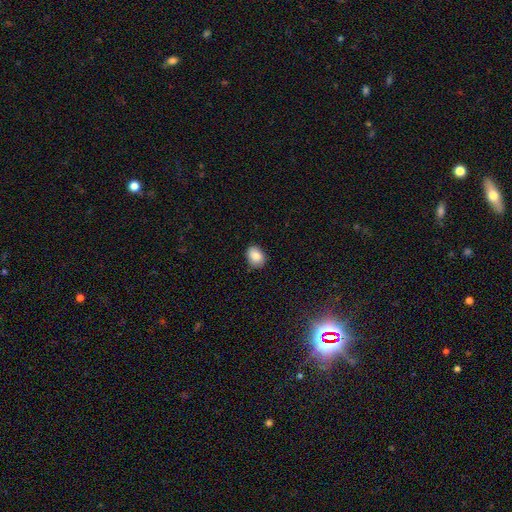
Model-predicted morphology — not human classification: smooth 86%, star or artifact 8%, featured or disk 6%. Down the decision tree: how rounded — in between (66%); merging — none (85%).